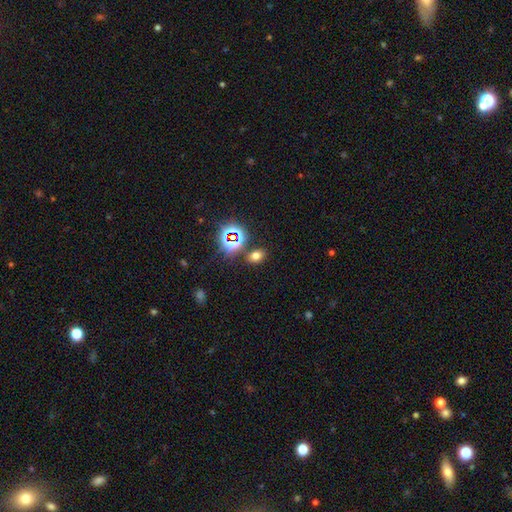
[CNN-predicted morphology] This appears to be a smooth galaxy with no disk features (64%) that is in between round and cigar-shaped (74%). Merging: none (81%).